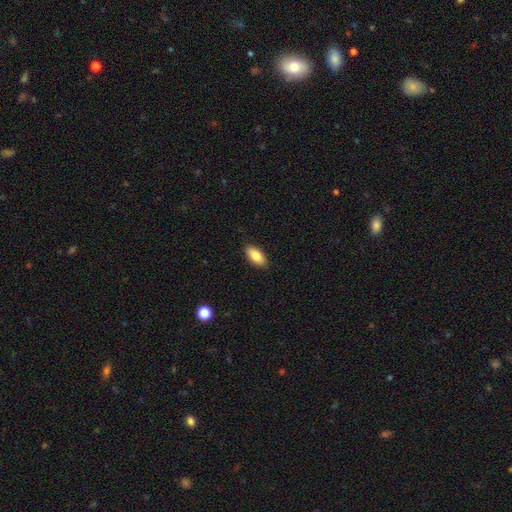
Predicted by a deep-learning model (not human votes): Overall: smooth (83%). How rounded: in between (91%). Merging: none (89%).